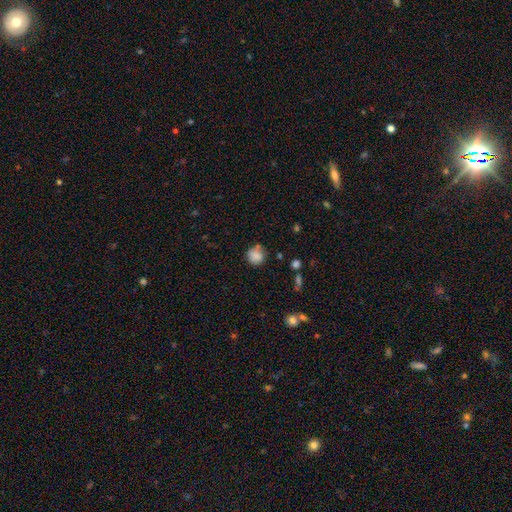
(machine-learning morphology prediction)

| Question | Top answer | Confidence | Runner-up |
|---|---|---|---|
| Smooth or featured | smooth | 84% | star or artifact (10%) |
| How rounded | round | 86% | in between (13%) |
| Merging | none | 67% | minor disturbance (19%) |